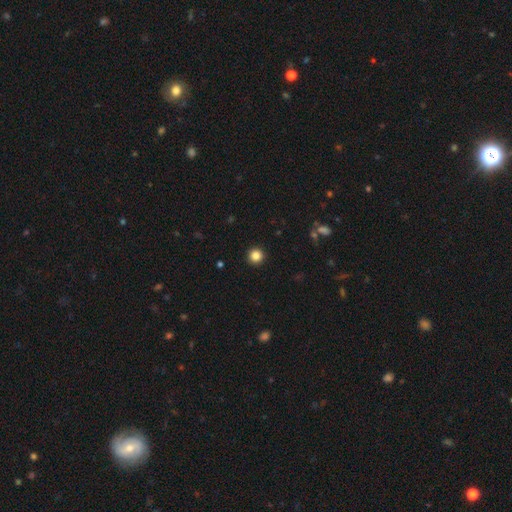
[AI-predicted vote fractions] This is clearly a smooth galaxy (84%). How rounded: clearly round (96%). Merging: clearly none (94%).